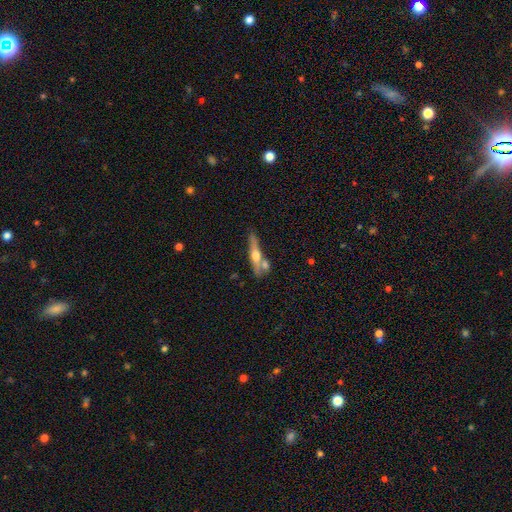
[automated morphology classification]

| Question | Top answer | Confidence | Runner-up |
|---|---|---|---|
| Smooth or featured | featured or disk | 61% | smooth (33%) |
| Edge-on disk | yes | 91% | no (9%) |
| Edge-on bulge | rounded | 91% | boxy (4%) |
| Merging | none | 56% | merger (25%) |